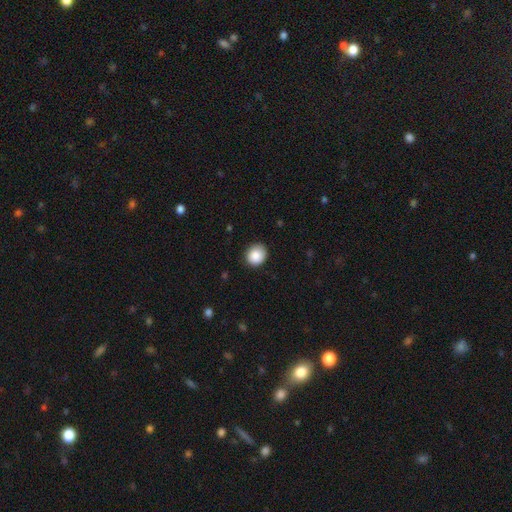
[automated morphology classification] Q: Smooth or featured?
A: smooth (88%); runner-up: star or artifact (8%)
Q: How rounded?
A: round (82%); runner-up: in between (17%)
Q: Merging?
A: none (86%); runner-up: minor disturbance (11%)